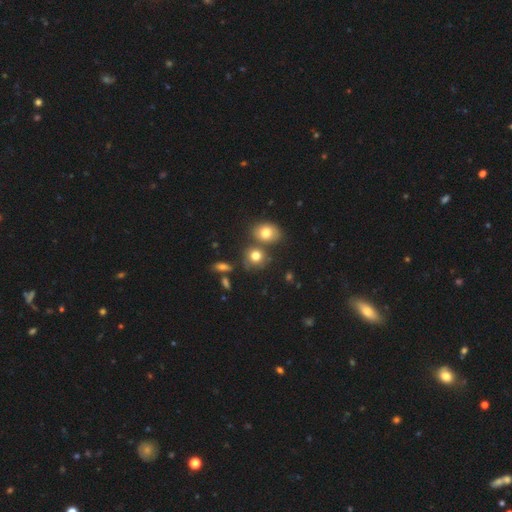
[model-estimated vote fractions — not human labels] Q: Smooth or featured?
A: smooth (76%); runner-up: star or artifact (12%)
Q: How rounded?
A: round (70%); runner-up: in between (28%)
Q: Merging?
A: none (58%); runner-up: merger (26%)